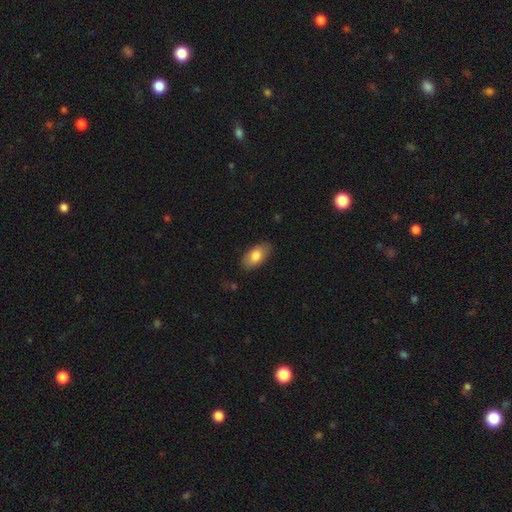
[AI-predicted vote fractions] smooth-or-featured: smooth: 81% | featured or disk: 13% | star or artifact: 6%
  how-rounded: in between: 93% | cigar-shaped: 4% | round: 3%
  merging: none: 83% | minor disturbance: 12% | major disturbance: 3% | merger: 1%